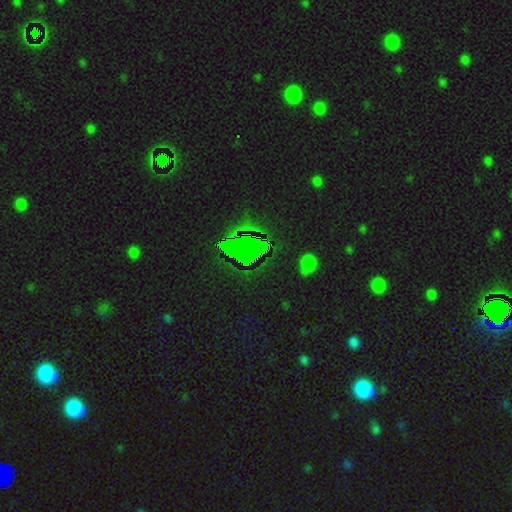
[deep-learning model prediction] Smooth or featured: star or artifact — 69% (smooth — 20%)